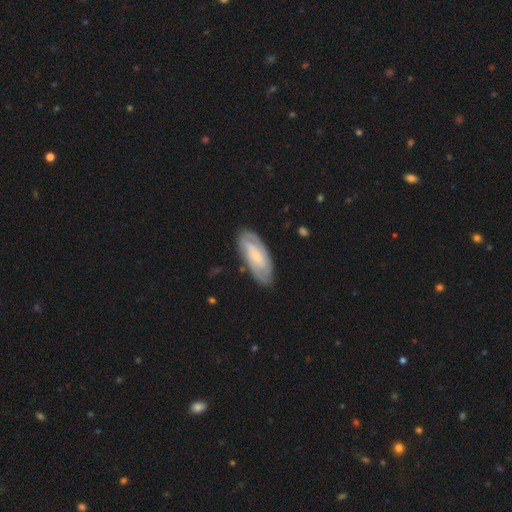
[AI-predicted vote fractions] Smooth or featured? Predicted: featured or disk (p=0.61). Edge-on disk? Predicted: no (p=0.91). Bar? Predicted: no (p=0.50). Spiral arms? Predicted: yes (p=0.86). Bulge size? Predicted: small (p=0.56). Merging? Predicted: none (p=0.79).